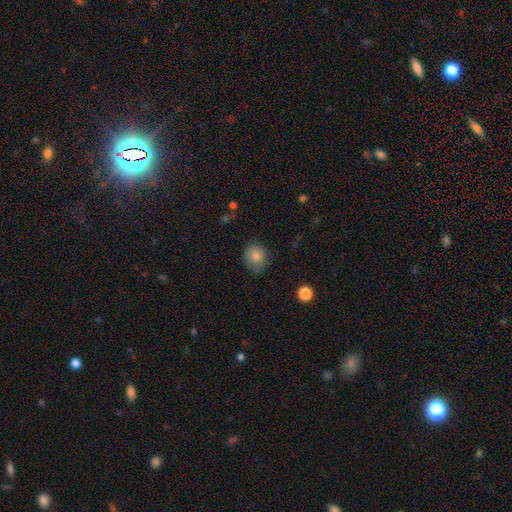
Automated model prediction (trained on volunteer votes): Smooth or featured?
  - smooth: 82% *
  - featured or disk: 9%
  - star or artifact: 9%
How rounded?
  - round: 75% *
  - in between: 24%
  - cigar-shaped: 1%
Merging?
  - none: 65% *
  - minor disturbance: 26%
  - major disturbance: 7%
  - merger: 1%